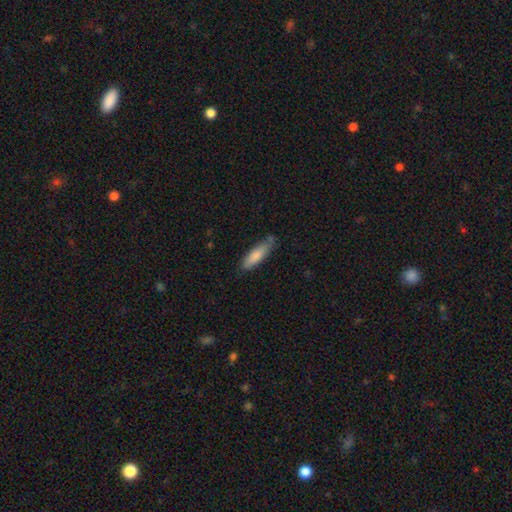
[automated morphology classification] smooth 82%, featured or disk 13%, star or artifact 6%. Down the decision tree: how rounded — cigar-shaped (62%); merging — none (68%).